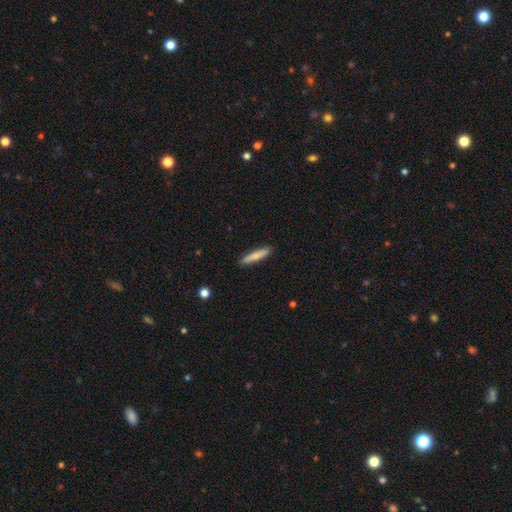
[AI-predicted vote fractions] Smooth or featured: smooth — 75% (featured or disk — 19%)
How rounded: cigar-shaped — 90% (in between — 9%)
Merging: none — 89% (minor disturbance — 8%)